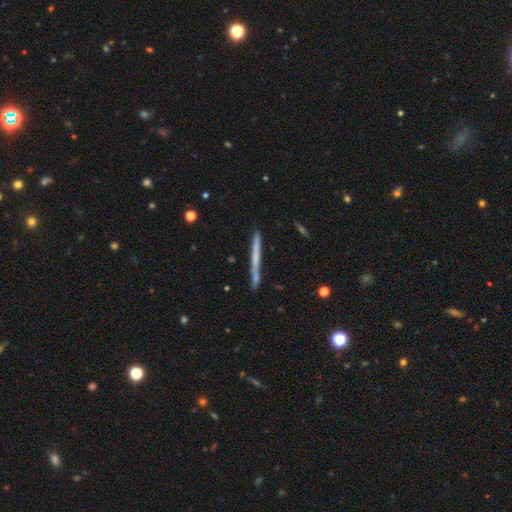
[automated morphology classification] This appears to be a featured or disk galaxy (48%). Merging: none (83%).